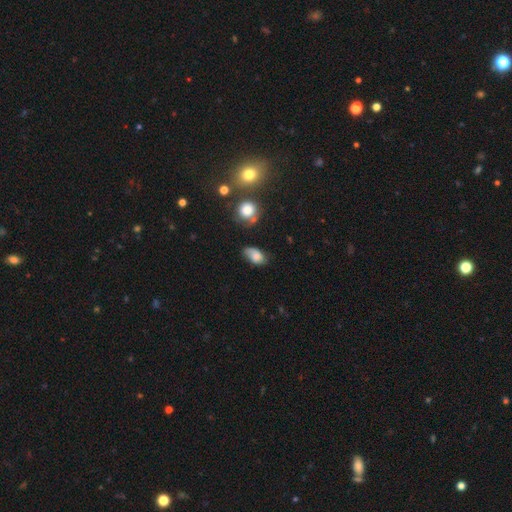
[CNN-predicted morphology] Smooth or featured?
  - smooth: 70% *
  - featured or disk: 19%
  - star or artifact: 11%
How rounded?
  - in between: 87% *
  - round: 11%
  - cigar-shaped: 2%
Merging?
  - none: 46% *
  - minor disturbance: 36%
  - major disturbance: 13%
  - merger: 5%